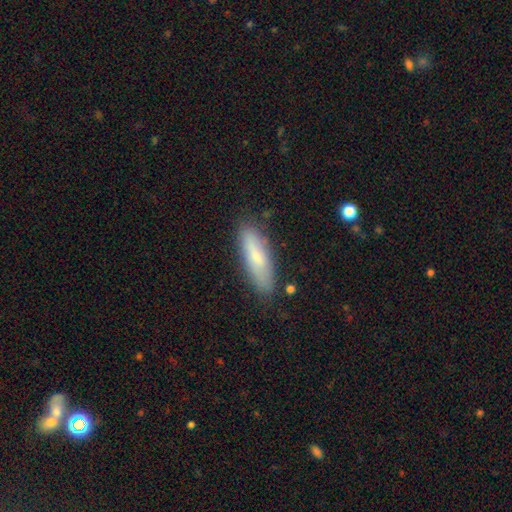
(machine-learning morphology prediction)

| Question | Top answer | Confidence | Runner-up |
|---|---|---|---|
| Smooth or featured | smooth | 75% | featured or disk (19%) |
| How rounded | cigar-shaped | 56% | in between (42%) |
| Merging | none | 82% | minor disturbance (13%) |